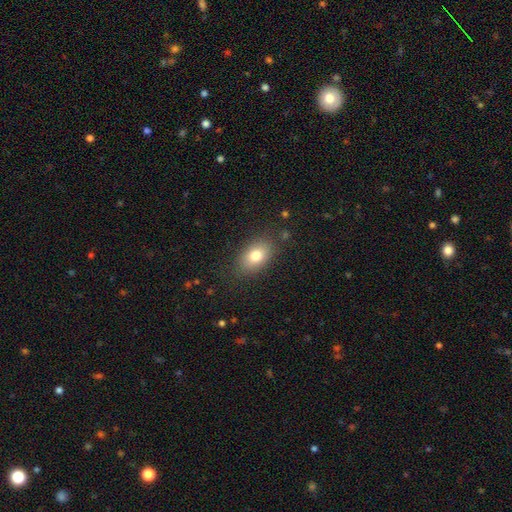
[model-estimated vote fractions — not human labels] The model was most divided on "smooth or featured": smooth: 79%, featured or disk: 12%, star or artifact: 9%. More confident: how rounded — in between (87%); merging — none (82%).